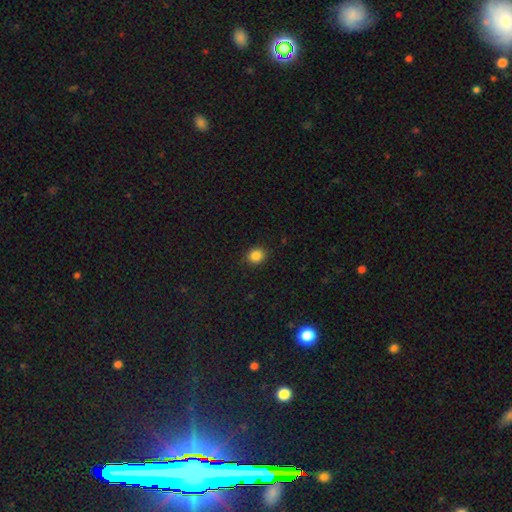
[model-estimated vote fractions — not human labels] Morphology: type=smooth (85%); roundness=round (74%); merging=none (90%).